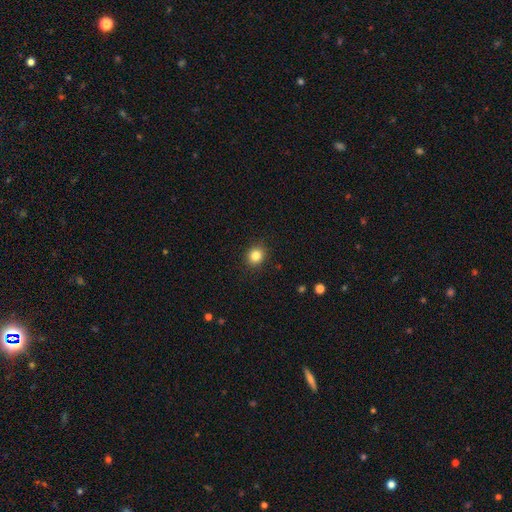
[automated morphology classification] This is clearly a smooth galaxy (84%). How rounded: likely round (79%). Merging: clearly none (91%).